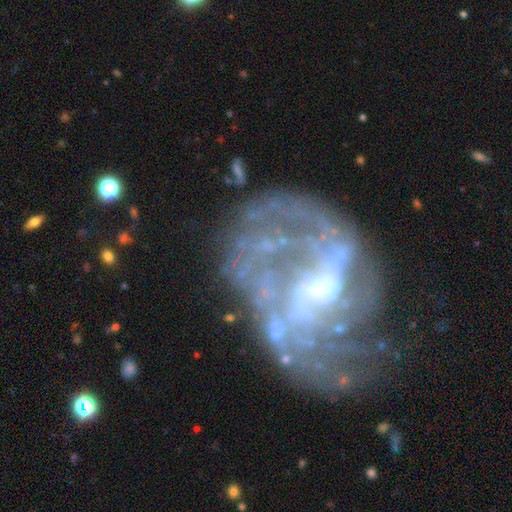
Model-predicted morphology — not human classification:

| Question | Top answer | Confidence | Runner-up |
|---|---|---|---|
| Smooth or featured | featured or disk | 83% | star or artifact (9%) |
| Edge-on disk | no | 98% | yes (2%) |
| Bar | weak | 47% | no (33%) |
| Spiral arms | yes | 78% | no (22%) |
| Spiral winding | medium | 39% | loose (34%) |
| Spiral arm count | can't tell | 37% | 2 (30%) |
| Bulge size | small | 36% | moderate (31%) |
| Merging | none | 48% | major disturbance (28%) |